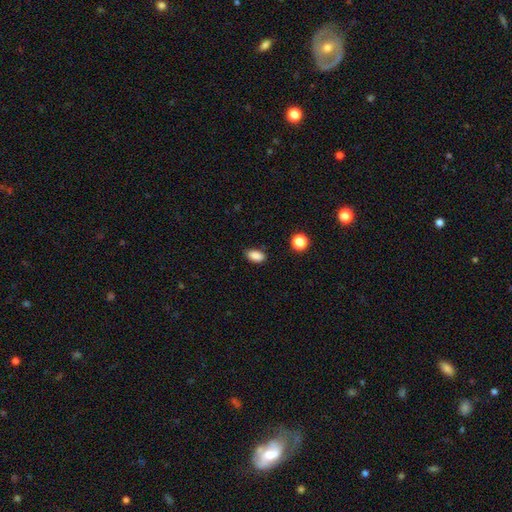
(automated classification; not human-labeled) Smooth or featured? Predicted: smooth (p=0.87). How rounded? Predicted: in between (p=0.90). Merging? Predicted: none (p=0.83).